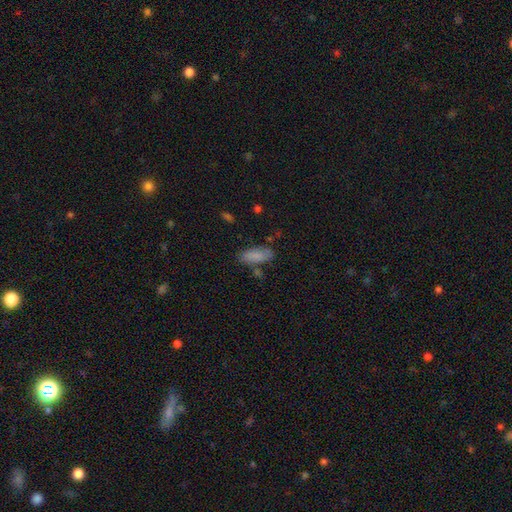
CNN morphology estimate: smooth_or_featured: smooth (p=0.83) [alt: featured or disk p=0.09]
how_rounded: in between (p=0.74) [alt: cigar-shaped p=0.24]
merging: none (p=0.70) [alt: minor disturbance p=0.18]